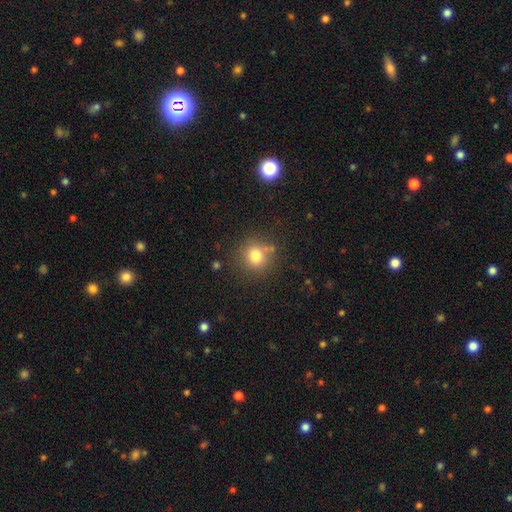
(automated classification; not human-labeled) Overall: smooth (78%). How rounded: round (89%). Merging: none (78%).